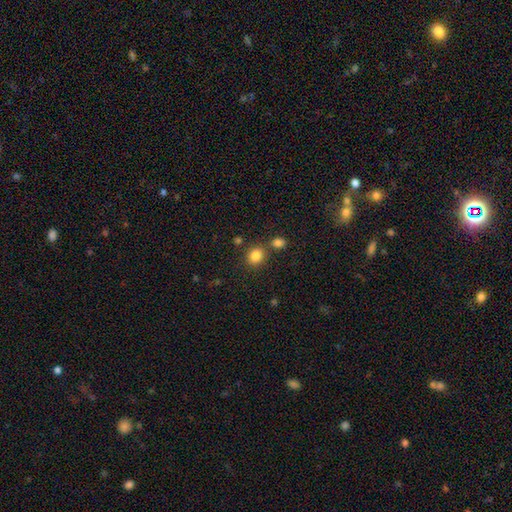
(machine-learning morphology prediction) type=smooth (83%); roundness=round (73%); merging=none (72%).